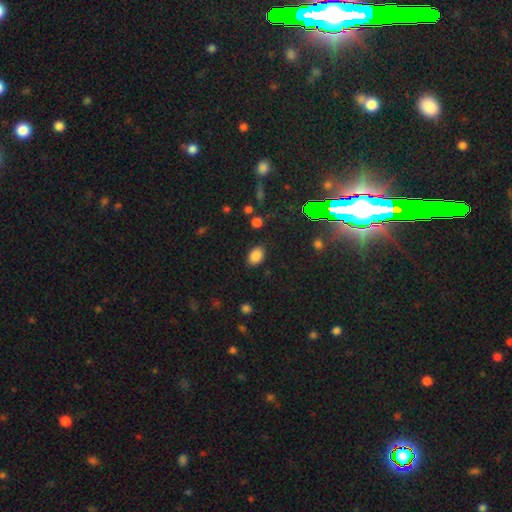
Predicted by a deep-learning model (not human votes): Smooth or featured?
  - smooth: 83% *
  - star or artifact: 11%
  - featured or disk: 5%
How rounded?
  - in between: 78% *
  - round: 21%
  - cigar-shaped: 1%
Merging?
  - none: 85% *
  - minor disturbance: 11%
  - major disturbance: 3%
  - merger: 2%